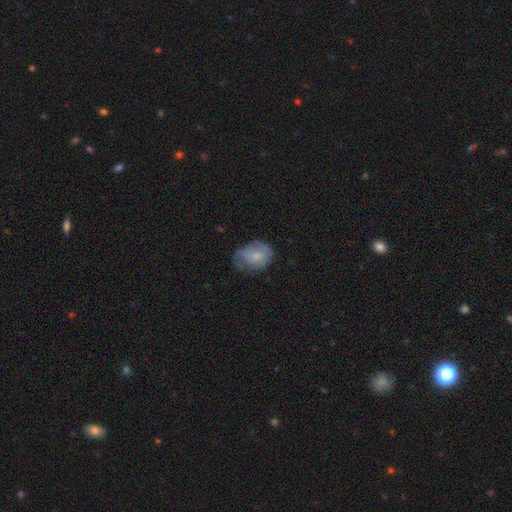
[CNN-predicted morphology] A smooth galaxy with no disk features (64%) that is in between round and cigar-shaped (56%).

Vote fractions:
- Smooth or featured? smooth: 64% / featured or disk: 29% / star or artifact: 8%
- How rounded? in between: 56% / round: 43% / cigar-shaped: 1%
- Merging? none: 45% / minor disturbance: 36% / major disturbance: 18% / merger: 1%